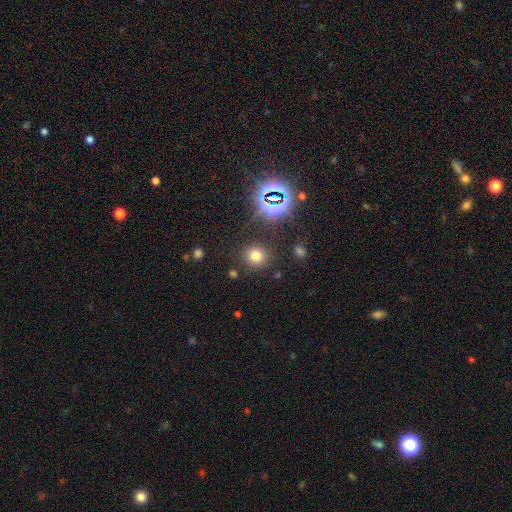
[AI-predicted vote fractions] Smooth or featured?
  - smooth: 69% *
  - star or artifact: 23%
  - featured or disk: 8%
How rounded?
  - round: 89% *
  - in between: 10%
  - cigar-shaped: 1%
Merging?
  - none: 85% *
  - minor disturbance: 8%
  - major disturbance: 4%
  - merger: 3%